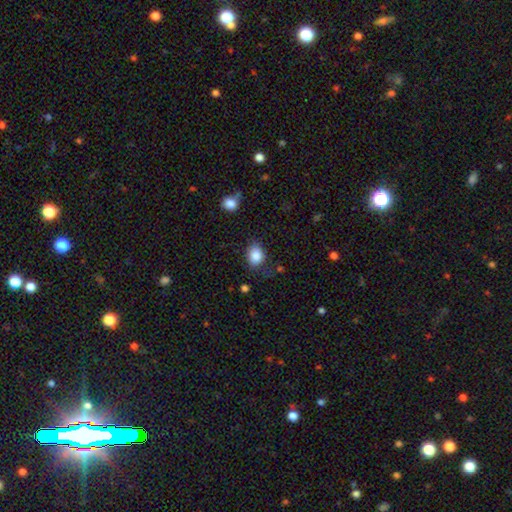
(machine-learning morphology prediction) The model was most divided on "how rounded": in between: 57%, round: 42%, cigar-shaped: 1%. More confident: smooth or featured — smooth (85%); merging — none (67%).